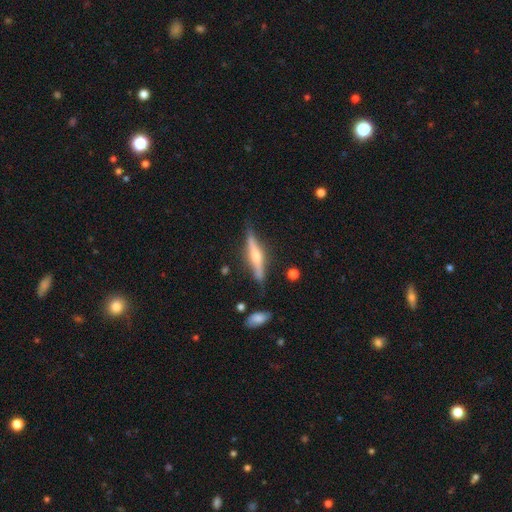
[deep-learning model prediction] This is likely a featured or disk galaxy (67%). It is clearly viewed edge-on (96%). Edge-on bulge: clearly rounded (84%). Merging: likely none (79%).